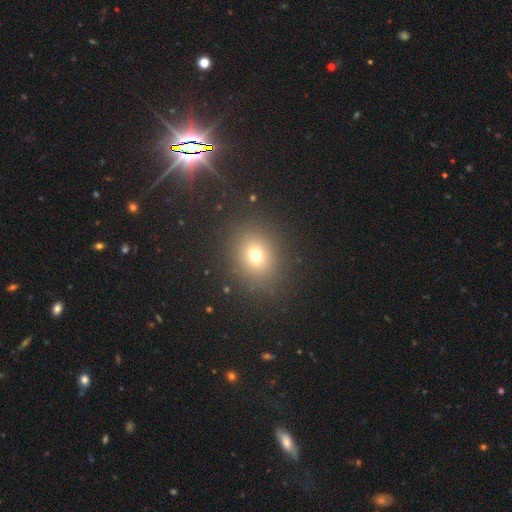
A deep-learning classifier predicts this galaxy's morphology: This is likely a smooth galaxy (70%). How rounded: likely round (71%). Merging: clearly none (87%).